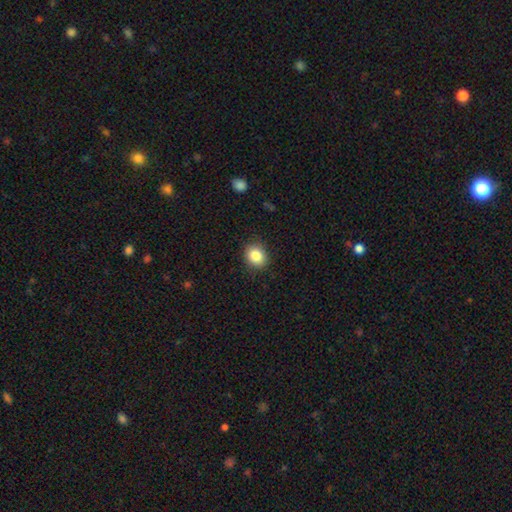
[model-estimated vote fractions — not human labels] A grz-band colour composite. It shows a smooth galaxy with no disk features (84%) that is round (62%). Merging: none (89%).